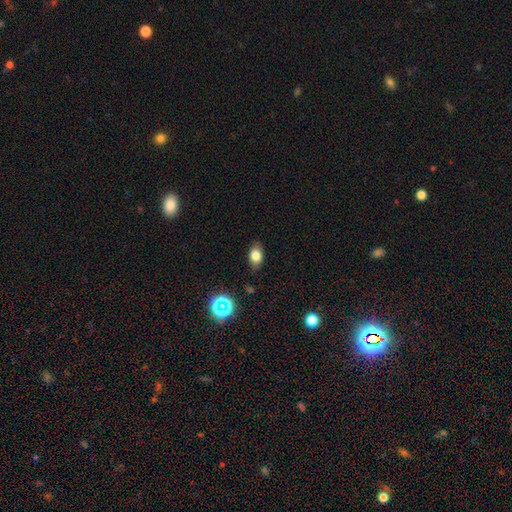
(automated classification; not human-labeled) Morphology: type=smooth (77%); roundness=in between (85%); merging=none (83%).